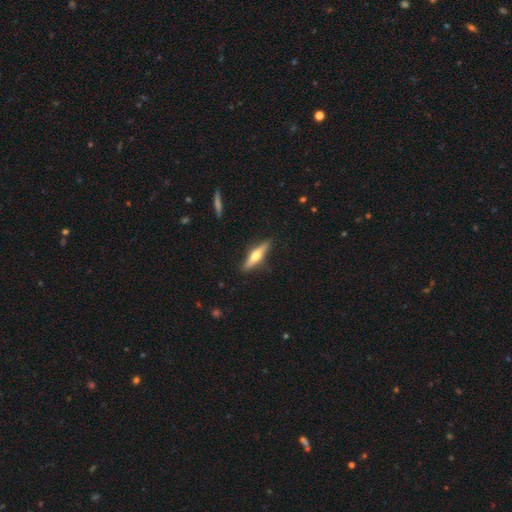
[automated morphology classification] Smooth or featured? featured or disk (55%)
Edge-on disk? yes (94%)
Edge-on bulge? rounded (94%)
Merging? none (88%)